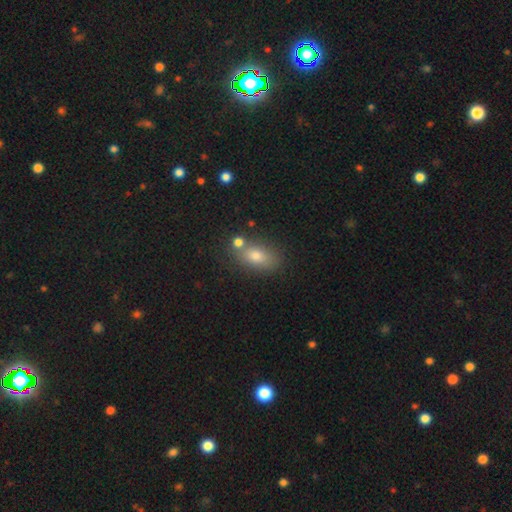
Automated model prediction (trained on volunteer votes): The model was most divided on "merging": none: 67%, merger: 15%, minor disturbance: 14%, major disturbance: 4%. More confident: how rounded — in between (81%); smooth or featured — smooth (74%).